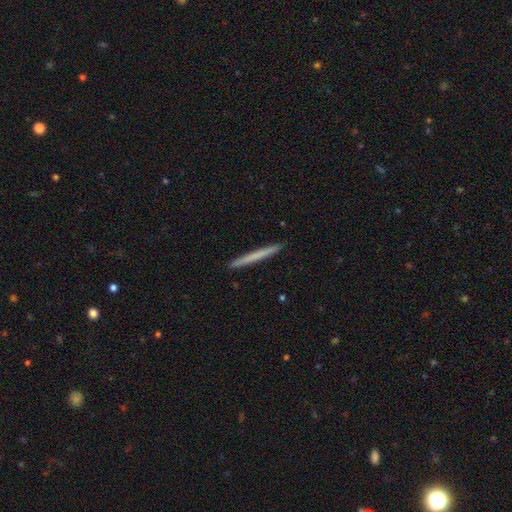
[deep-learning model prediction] smooth_or_featured: smooth (p=0.65) [alt: featured or disk p=0.30]
how_rounded: cigar-shaped (p=0.98) [alt: in between p=0.01]
merging: none (p=0.94) [alt: minor disturbance p=0.04]